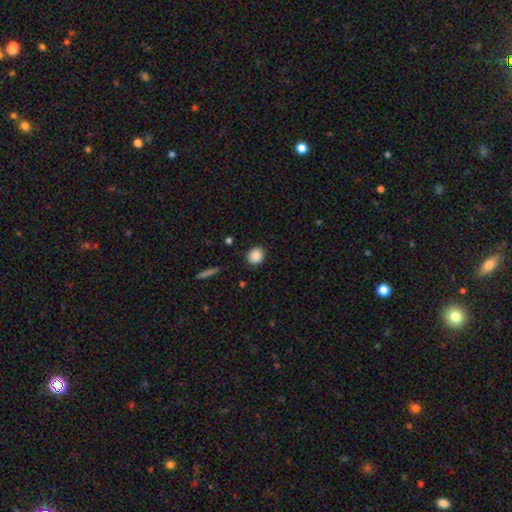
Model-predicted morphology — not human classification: Overall: smooth (88%). How rounded: round (74%). Merging: none (88%).